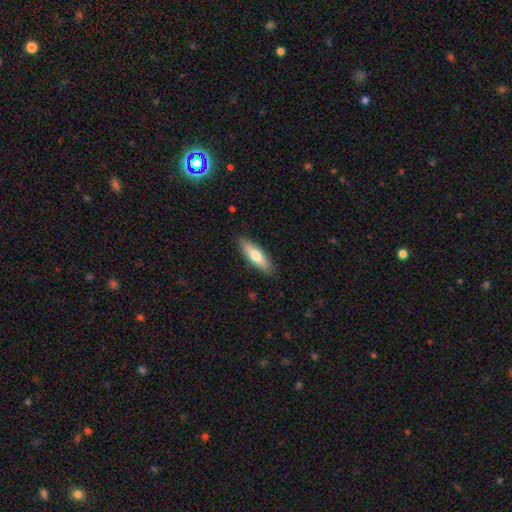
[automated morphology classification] Overall: smooth (70%). How rounded: cigar-shaped (52%; in between 46%). Merging: none (88%).